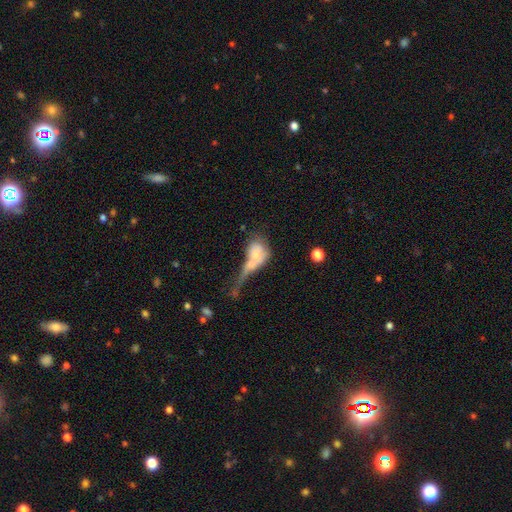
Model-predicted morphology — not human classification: The model was most divided on "merging": merger: 49%, major disturbance: 28%, none: 13%, minor disturbance: 11%. More confident: how rounded — in between (57%); smooth or featured — smooth (57%).